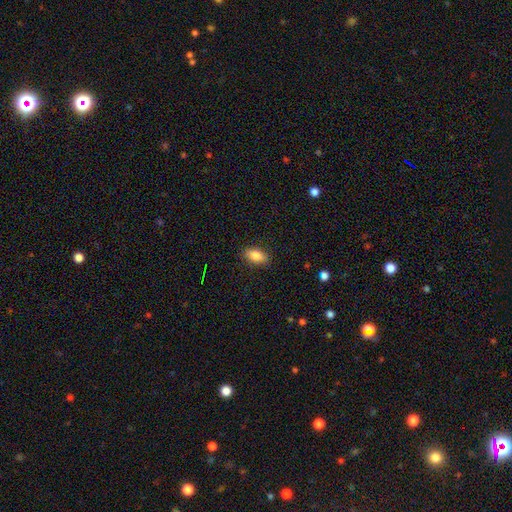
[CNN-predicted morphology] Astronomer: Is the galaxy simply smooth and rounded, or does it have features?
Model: smooth — 85%.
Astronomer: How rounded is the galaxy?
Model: in between — 88%.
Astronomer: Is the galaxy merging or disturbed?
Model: none — 87%.